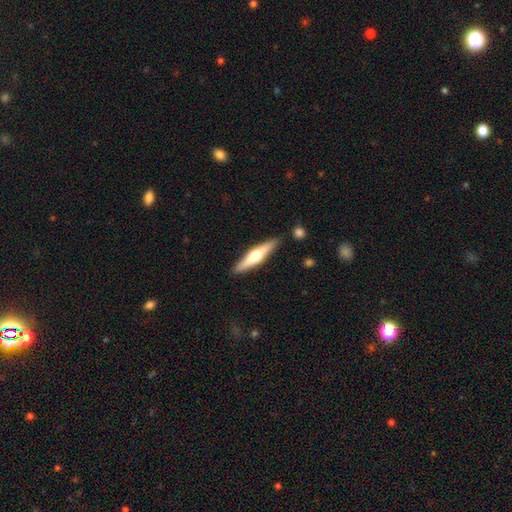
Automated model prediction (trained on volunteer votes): A featured or disk galaxy (53%) viewed edge-on (96%) with a rounded central bulge (87%).

Vote fractions:
- Smooth or featured? featured or disk: 53% / smooth: 42% / star or artifact: 5%
- Edge-on disk? yes: 96% / no: 4%
- Edge-on bulge? rounded: 87% / boxy: 7% / none: 5%
- Merging? none: 88% / minor disturbance: 8% / merger: 2% / major disturbance: 2%